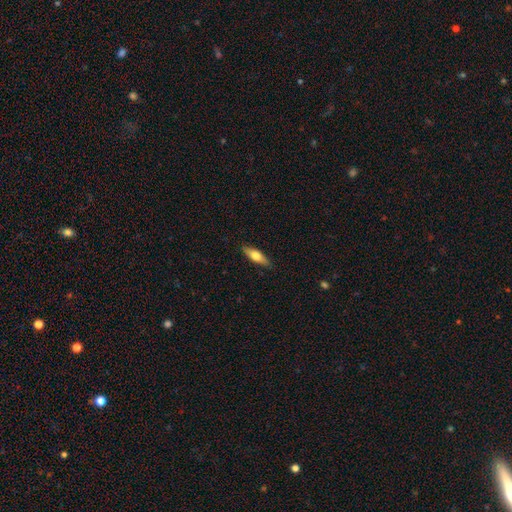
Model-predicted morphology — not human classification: Overall: smooth (59%; featured or disk 35%). How rounded: cigar-shaped (52%; in between 45%). Merging: none (87%).